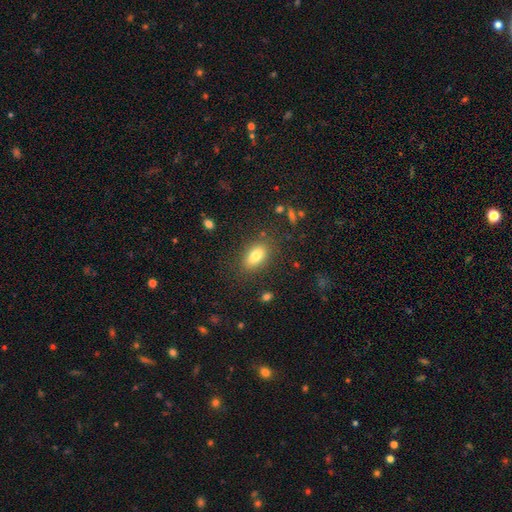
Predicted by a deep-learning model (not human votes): Smooth or featured: smooth — 80% (featured or disk — 11%)
How rounded: in between — 87% (round — 9%)
Merging: none — 82% (minor disturbance — 12%)